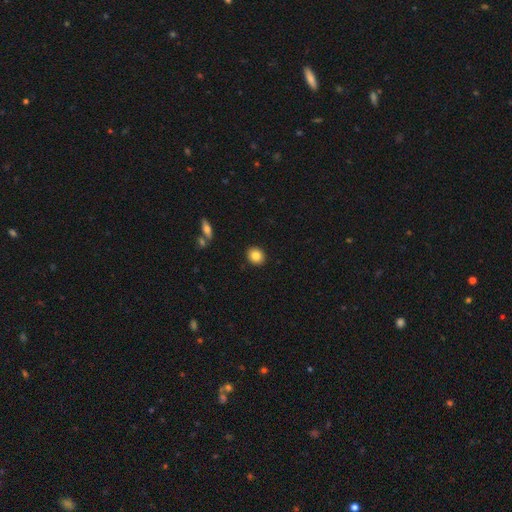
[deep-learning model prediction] Smooth or featured: smooth — 85% (star or artifact — 9%)
How rounded: round — 77% (in between — 22%)
Merging: none — 92% (minor disturbance — 5%)